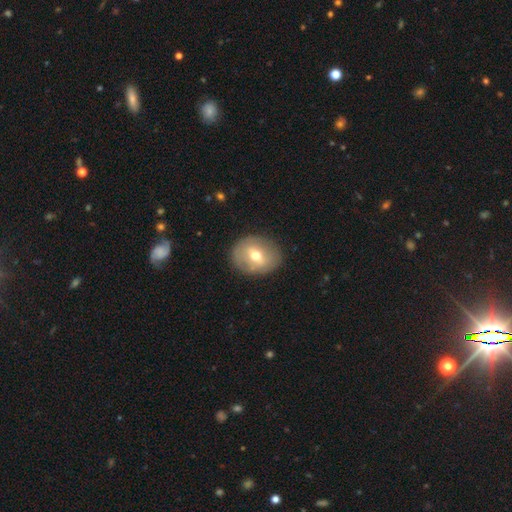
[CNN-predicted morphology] A smooth galaxy with no disk features (49%). Merging: none (84%).